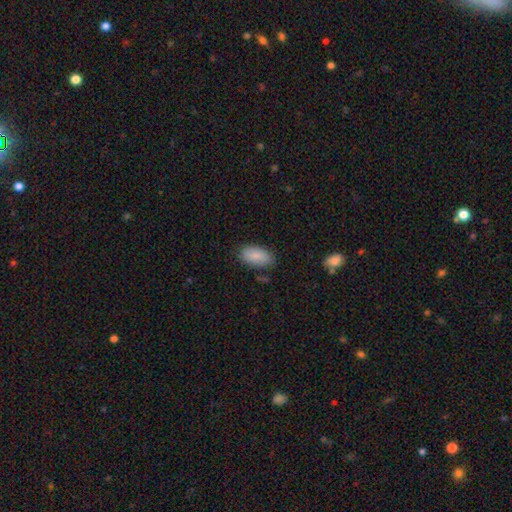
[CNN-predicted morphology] A smooth galaxy with no disk features (86%) that is in between round and cigar-shaped (92%). Merging: none (81%).